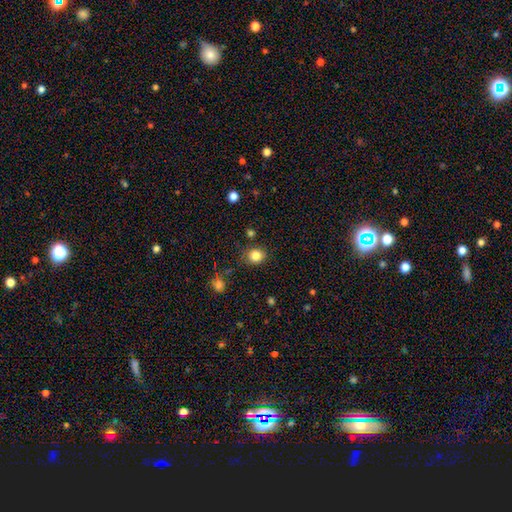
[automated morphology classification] This appears to be a smooth galaxy with no disk features (83%) that is round (74%). Merging: none (82%).